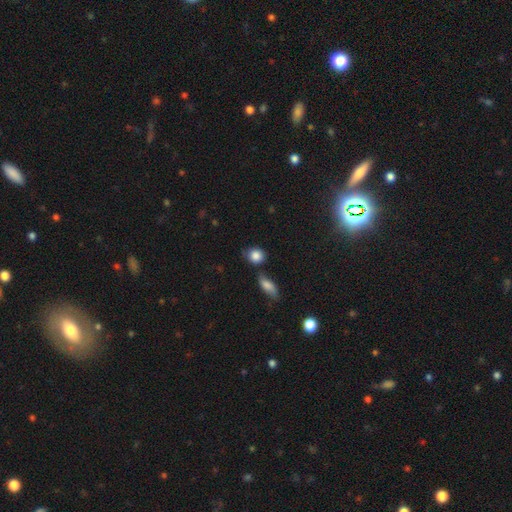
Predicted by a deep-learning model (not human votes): smooth_or_featured: smooth (p=0.86) [alt: star or artifact p=0.08]
how_rounded: round (p=0.76) [alt: in between p=0.22]
merging: none (p=0.64) [alt: minor disturbance p=0.18]